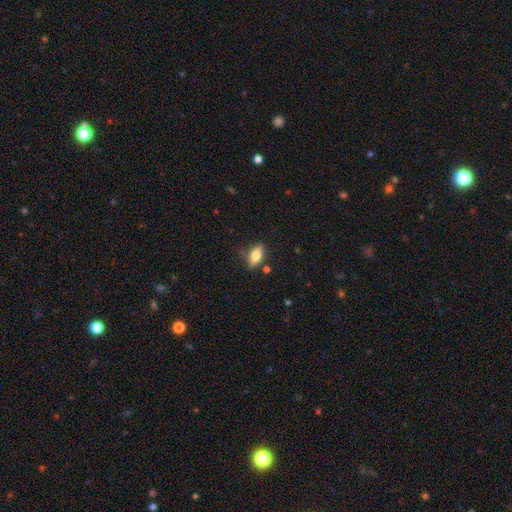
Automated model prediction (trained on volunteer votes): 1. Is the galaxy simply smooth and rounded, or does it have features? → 64% smooth, 28% featured or disk, 8% star or artifact.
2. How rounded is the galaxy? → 77% in between, 19% cigar-shaped, 4% round.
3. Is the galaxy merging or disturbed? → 74% none, 17% minor disturbance, 4% merger, 4% major disturbance.